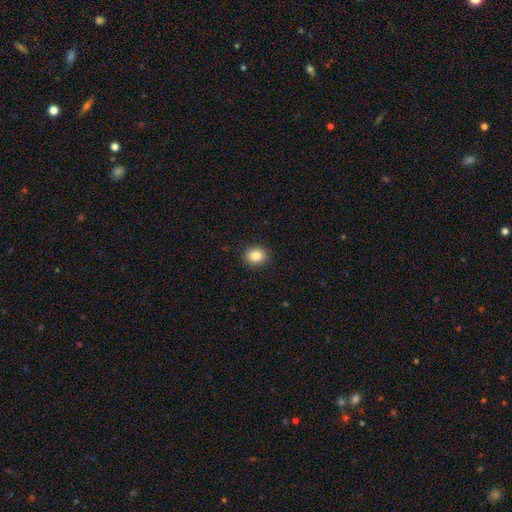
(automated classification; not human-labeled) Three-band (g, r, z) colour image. It shows a smooth galaxy with no disk features (85%) that is round (63%). Merging: none (91%).